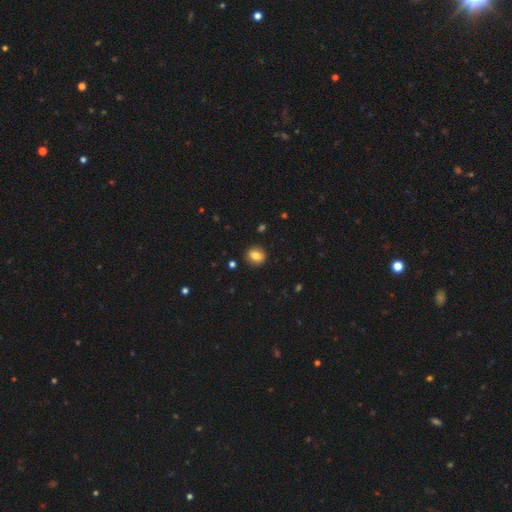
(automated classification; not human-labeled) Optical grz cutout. It shows a smooth galaxy with no disk features (77%) that is round (80%). Merging: none (90%).